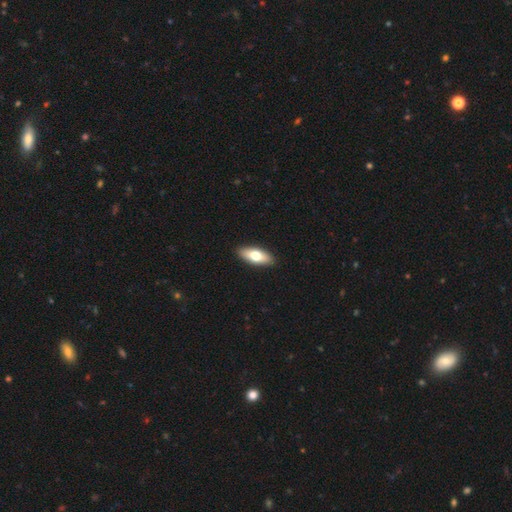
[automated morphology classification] This is likely a smooth galaxy (68%). How rounded: likely in between (75%). Merging: clearly none (91%).